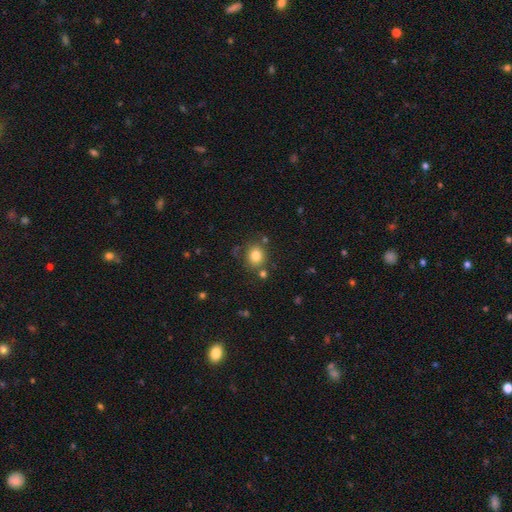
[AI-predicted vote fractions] smooth_or_featured: smooth (p=0.81) [alt: star or artifact p=0.12]
how_rounded: round (p=0.74) [alt: in between p=0.25]
merging: none (p=0.76) [alt: minor disturbance p=0.12]